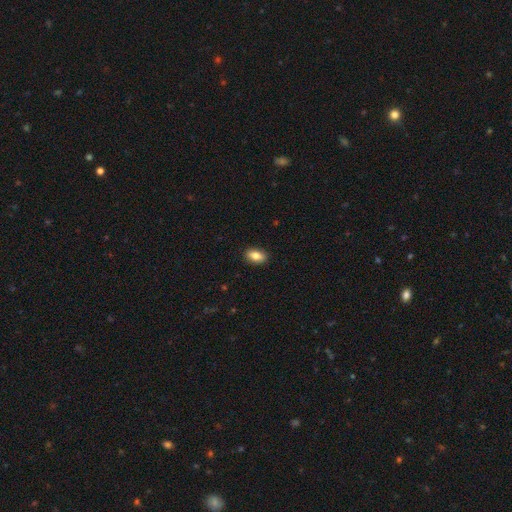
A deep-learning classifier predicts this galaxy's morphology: type=smooth (83%); roundness=in between (89%); merging=none (89%).